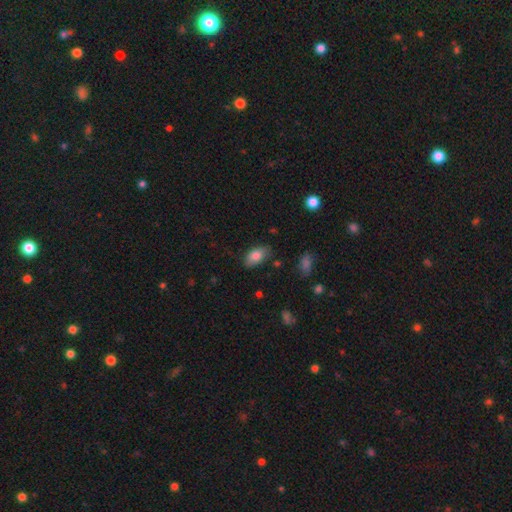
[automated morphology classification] Smooth or featured: smooth — 83% (featured or disk — 10%)
How rounded: in between — 92% (round — 5%)
Merging: none — 76% (minor disturbance — 18%)